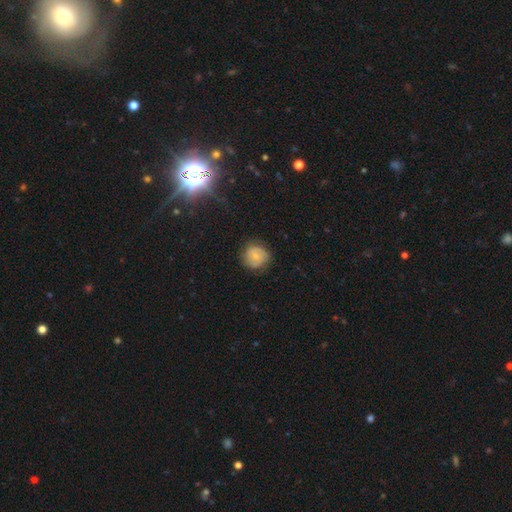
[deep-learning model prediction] smooth-or-featured: smooth: 61% | featured or disk: 31% | star or artifact: 8%
  how-rounded: round: 89% | in between: 10% | cigar-shaped: 1%
  merging: none: 79% | minor disturbance: 16% | major disturbance: 5% | merger: 1%